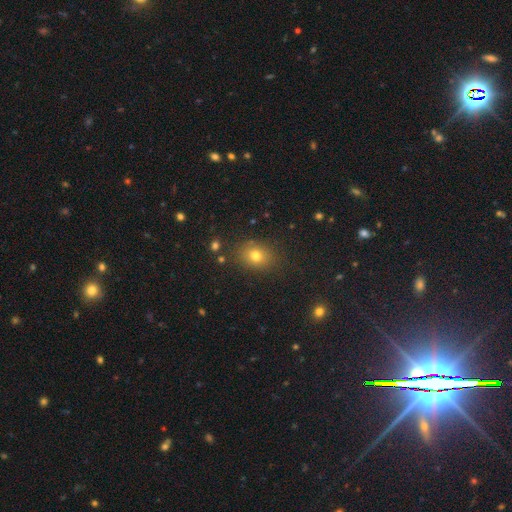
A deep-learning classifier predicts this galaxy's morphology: The model was most divided on "how rounded": round: 52%, in between: 47%, cigar-shaped: 1%. More confident: merging — none (84%); smooth or featured — smooth (75%).